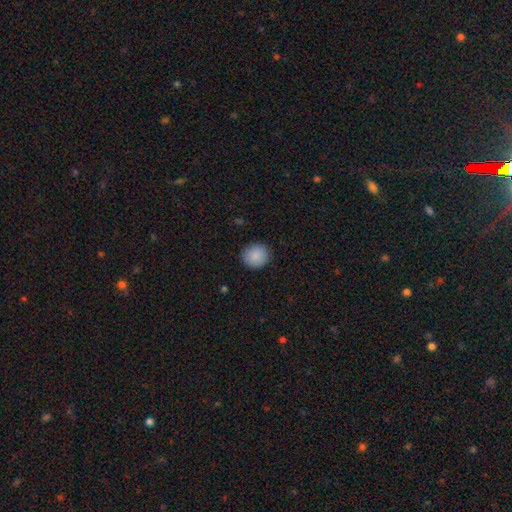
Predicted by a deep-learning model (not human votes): Q: Smooth or featured?
A: smooth (88%); runner-up: star or artifact (7%)
Q: How rounded?
A: round (85%); runner-up: in between (14%)
Q: Merging?
A: none (89%); runner-up: minor disturbance (8%)